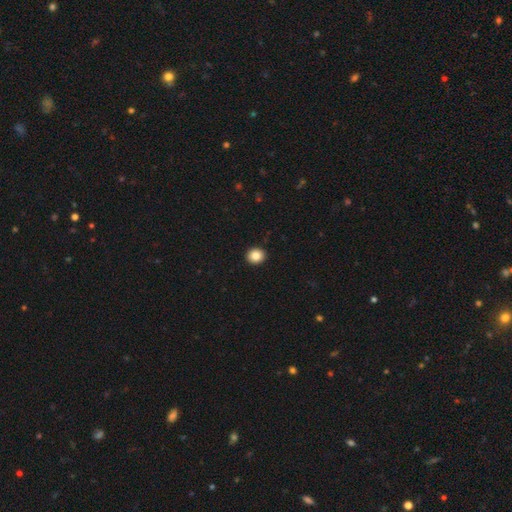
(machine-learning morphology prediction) smooth_or_featured: smooth (p=0.86) [alt: star or artifact p=0.09]
how_rounded: round (p=0.77) [alt: in between p=0.22]
merging: none (p=0.93) [alt: minor disturbance p=0.05]